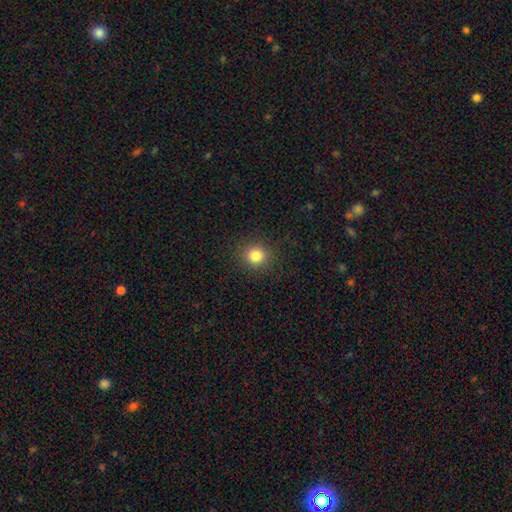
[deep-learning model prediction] This is clearly a smooth galaxy (83%). How rounded: clearly round (87%). Merging: clearly none (90%).